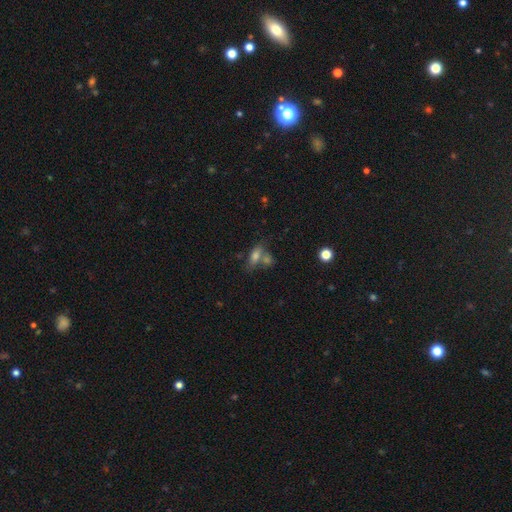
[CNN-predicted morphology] A smooth galaxy with no disk features (65%) that is in between round and cigar-shaped (74%).

Vote fractions:
- Smooth or featured? smooth: 65% / featured or disk: 20% / star or artifact: 15%
- How rounded? in between: 74% / cigar-shaped: 18% / round: 8%
- Merging? none: 42% / merger: 37% / minor disturbance: 13% / major disturbance: 8%